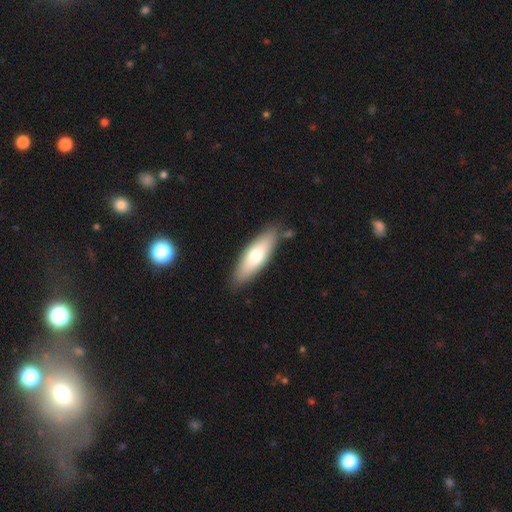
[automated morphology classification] smooth 67%, featured or disk 28%, star or artifact 5%. Down the decision tree: how rounded — in between (51%); merging — none (83%).